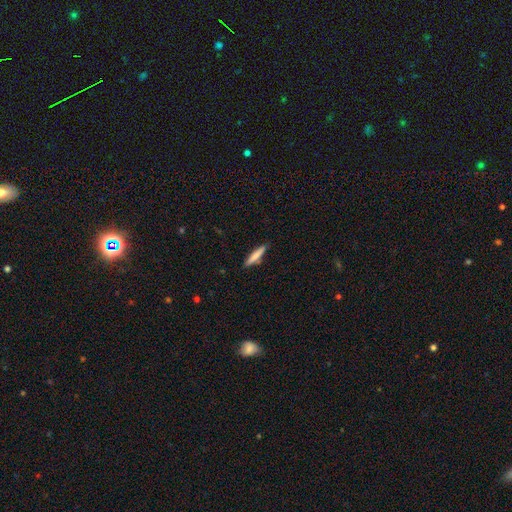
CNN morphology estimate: Smooth or featured? smooth (74%)
How rounded? cigar-shaped (90%)
Merging? none (87%)